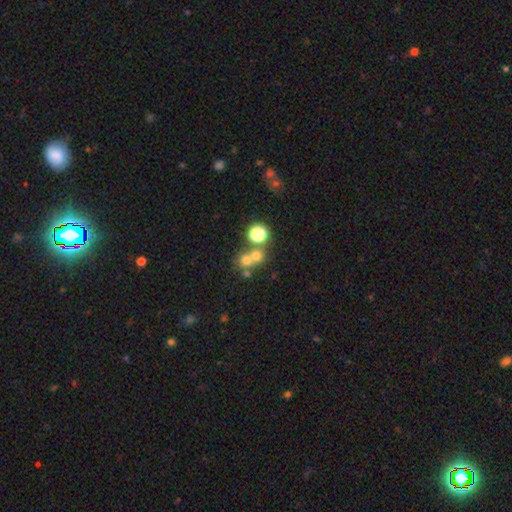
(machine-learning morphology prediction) Smooth or featured: smooth — 63% (star or artifact — 23%)
How rounded: round — 84% (in between — 15%)
Merging: none — 47% (merger — 43%)